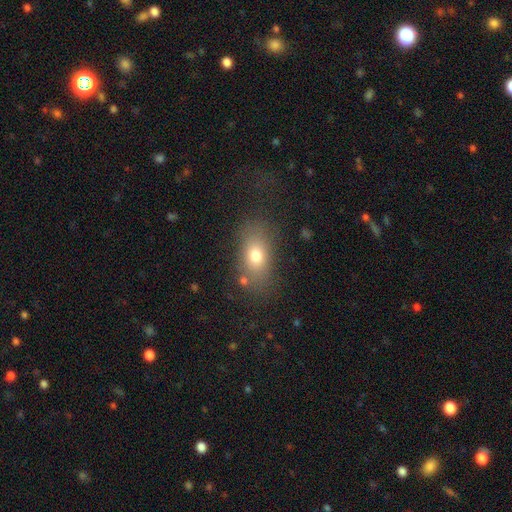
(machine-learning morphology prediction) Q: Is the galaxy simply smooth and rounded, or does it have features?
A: smooth — 73%.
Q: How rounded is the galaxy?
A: in between — 80%.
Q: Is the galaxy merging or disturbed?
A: none — 73%.